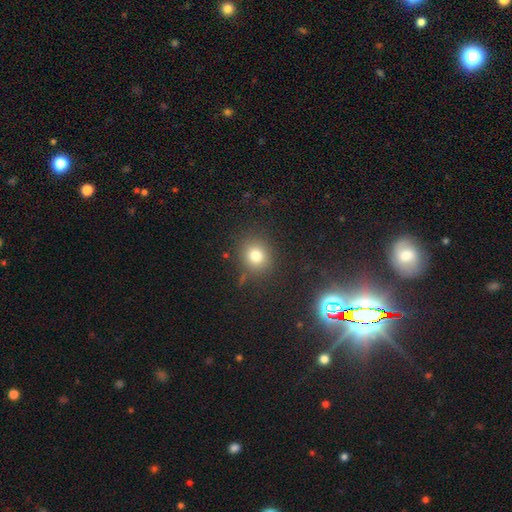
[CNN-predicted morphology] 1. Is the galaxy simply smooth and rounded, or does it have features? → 78% smooth, 15% star or artifact, 8% featured or disk.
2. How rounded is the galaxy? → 80% round, 20% in between, 1% cigar-shaped.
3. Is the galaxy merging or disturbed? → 83% none, 10% minor disturbance, 4% major disturbance, 3% merger.